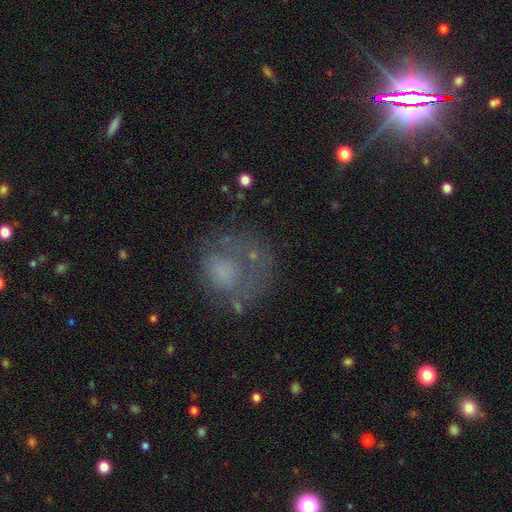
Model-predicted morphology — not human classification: Overall: smooth (48%; featured or disk 34%). Merging: none (47%; major disturbance 28%).